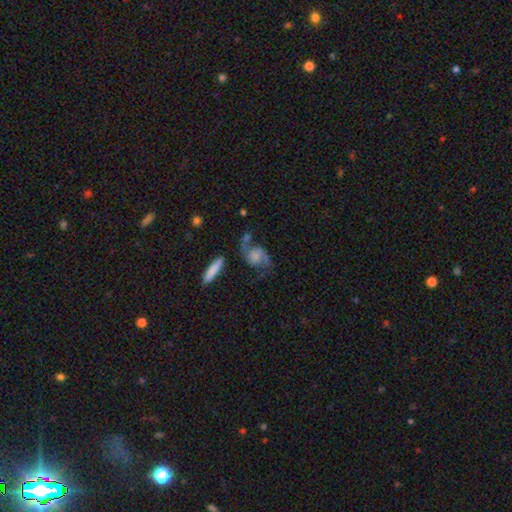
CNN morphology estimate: type=featured or disk (76%); edge-on=no (96%); bar=no (66%); spiral arms=yes (94%); winding=loose (53%); arm count=2 (91%); bulge=none (37%); merging=none (55%).